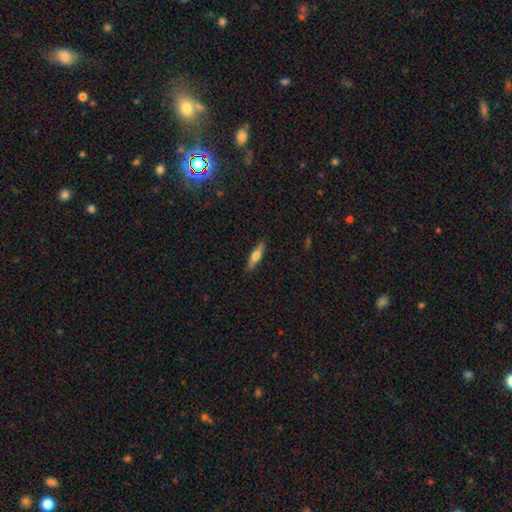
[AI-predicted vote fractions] Smooth or featured? Predicted: smooth (p=0.53). How rounded? Predicted: cigar-shaped (p=0.72). Merging? Predicted: none (p=0.88).